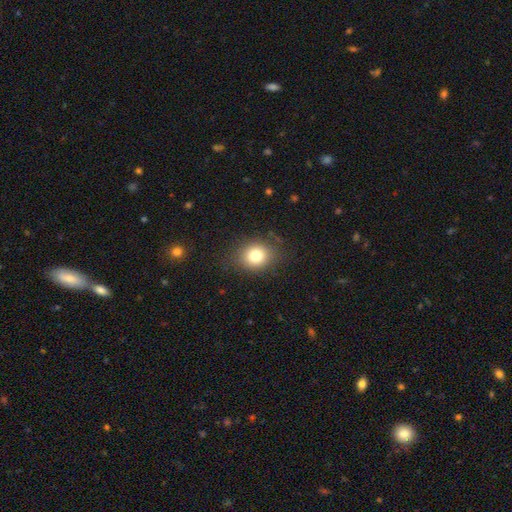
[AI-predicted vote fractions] Morphology: type=smooth (79%); roundness=round (68%); merging=none (84%).